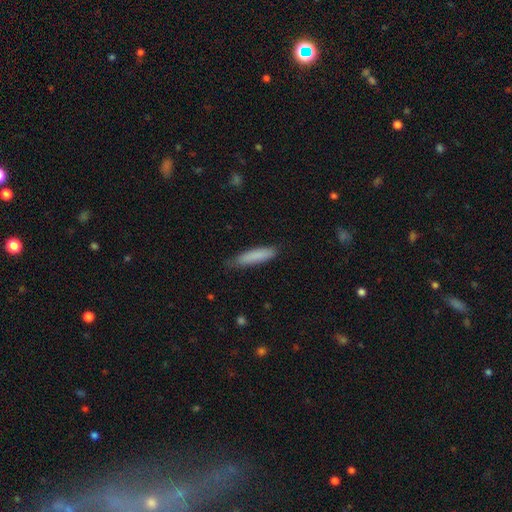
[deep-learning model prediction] Q: Smooth or featured?
A: smooth (84%); runner-up: featured or disk (10%)
Q: How rounded?
A: cigar-shaped (83%); runner-up: in between (16%)
Q: Merging?
A: none (78%); runner-up: minor disturbance (18%)